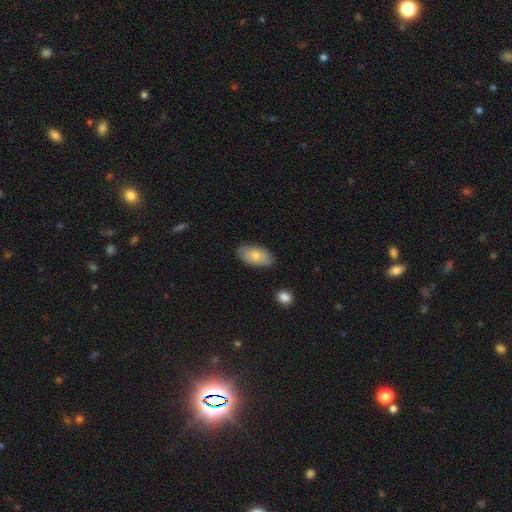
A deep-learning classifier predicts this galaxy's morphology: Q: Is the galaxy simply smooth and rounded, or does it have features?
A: smooth — 76%.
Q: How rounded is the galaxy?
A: in between — 94%.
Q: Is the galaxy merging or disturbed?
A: none — 81%.